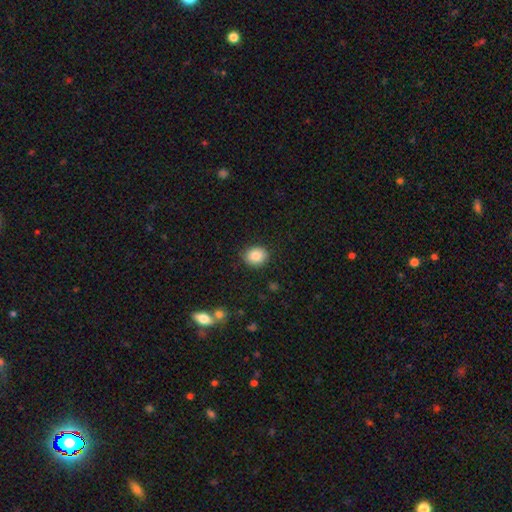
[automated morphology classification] A smooth galaxy with no disk features (84%) that is round (64%). Merging: none (88%).